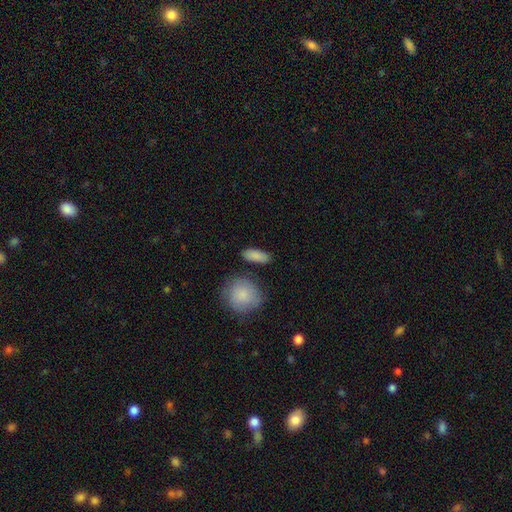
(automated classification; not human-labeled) smooth_or_featured: smooth (p=0.87) [alt: featured or disk p=0.07]
how_rounded: in between (p=0.79) [alt: cigar-shaped p=0.15]
merging: none (p=0.80) [alt: minor disturbance p=0.12]